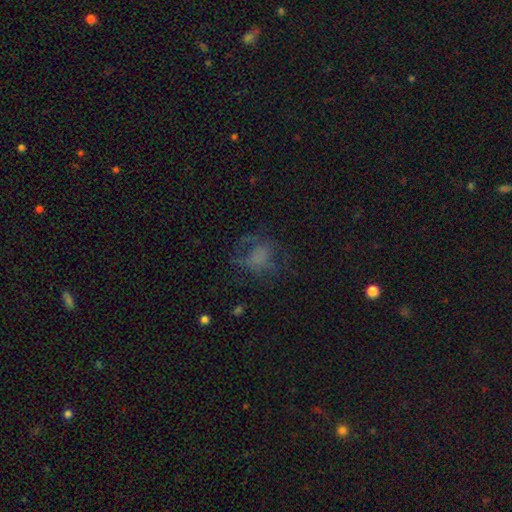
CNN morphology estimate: Overall: smooth (41%; featured or disk 35%). Merging: none (52%; major disturbance 28%).